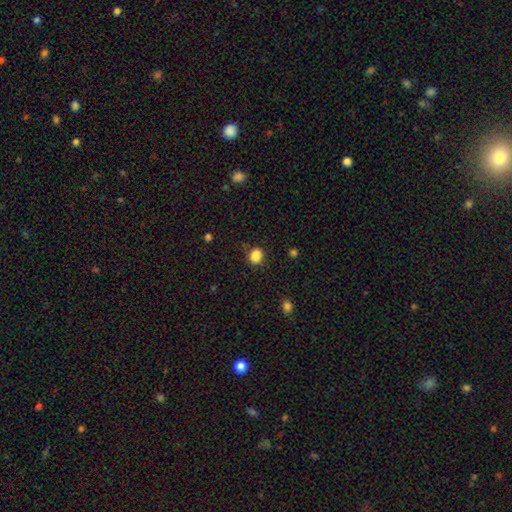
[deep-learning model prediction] Morphology: type=smooth (86%); roundness=round (58%); merging=none (77%).